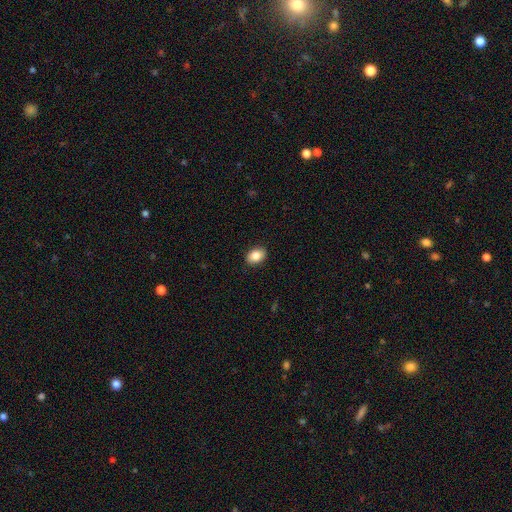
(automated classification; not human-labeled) This appears to be a smooth galaxy with no disk features (85%) that is in between round and cigar-shaped (76%). Merging: none (89%).